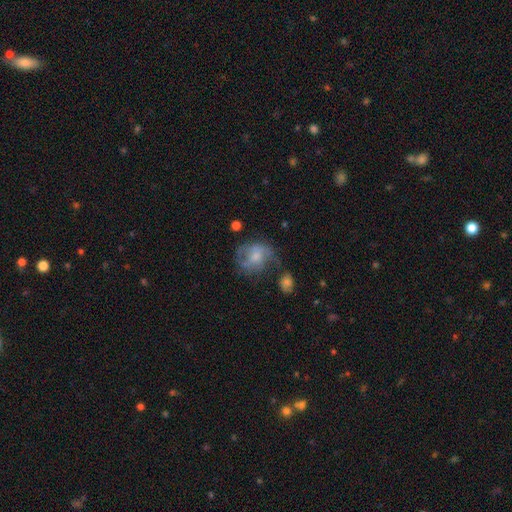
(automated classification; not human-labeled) Smooth or featured? Predicted: featured or disk (p=0.49). Merging? Predicted: none (p=0.42).